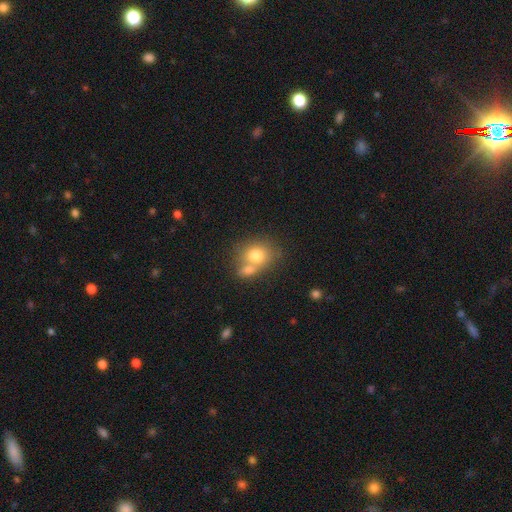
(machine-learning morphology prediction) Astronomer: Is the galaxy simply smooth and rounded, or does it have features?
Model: smooth — 75%.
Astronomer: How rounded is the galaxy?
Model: round — 62%.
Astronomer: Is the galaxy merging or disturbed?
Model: merger — 51% (runner-up: none, 36%).